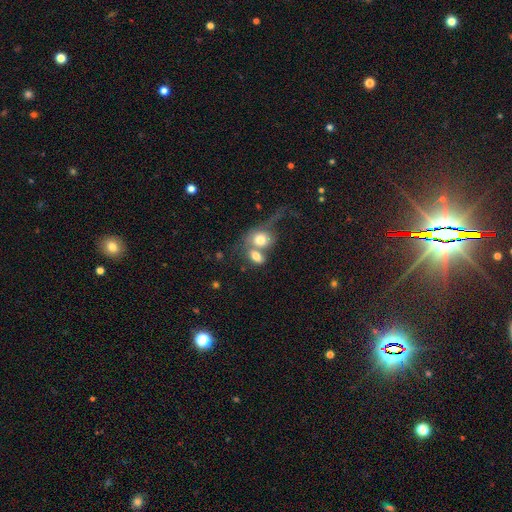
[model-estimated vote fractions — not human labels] smooth_or_featured: smooth (p=0.72) [alt: featured or disk p=0.19]
how_rounded: in between (p=0.68) [alt: round p=0.30]
merging: merger (p=0.66) [alt: none p=0.18]